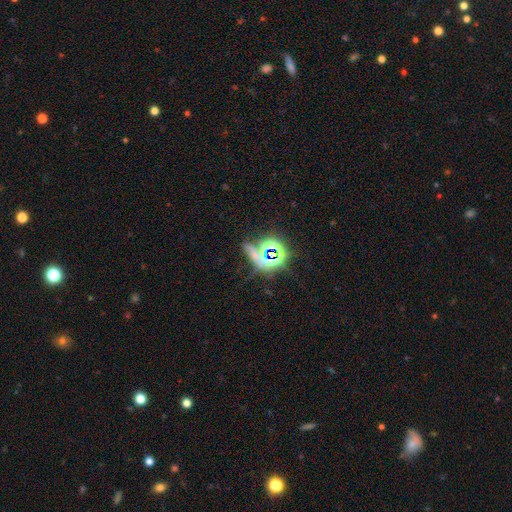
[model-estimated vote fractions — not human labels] This appears to be a star or artifact, not a galaxy (66%).